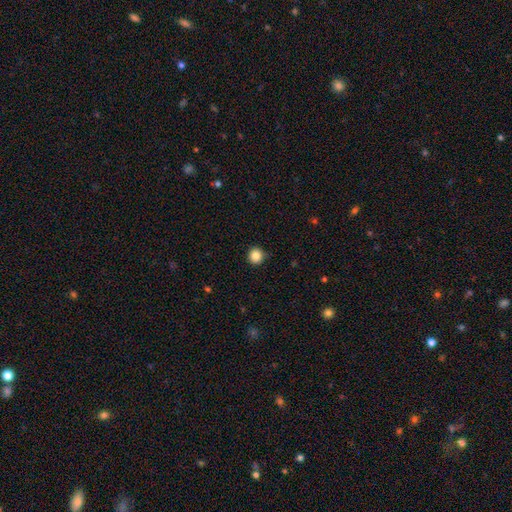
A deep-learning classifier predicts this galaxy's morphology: A smooth galaxy with no disk features (84%) that is round (94%). Merging: none (89%).